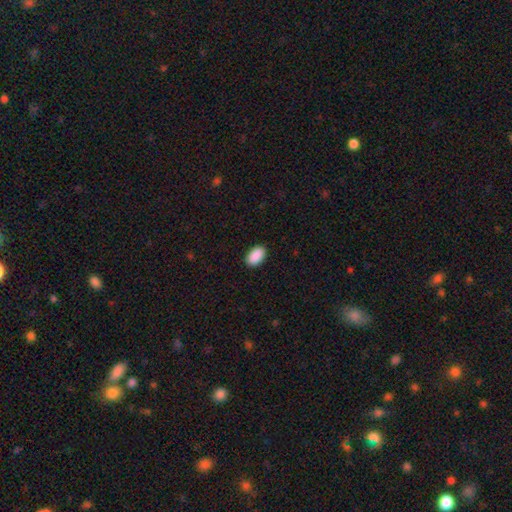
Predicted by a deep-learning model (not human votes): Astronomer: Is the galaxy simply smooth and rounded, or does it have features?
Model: smooth — 91%.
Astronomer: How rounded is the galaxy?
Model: in between — 94%.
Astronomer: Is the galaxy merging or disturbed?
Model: none — 90%.